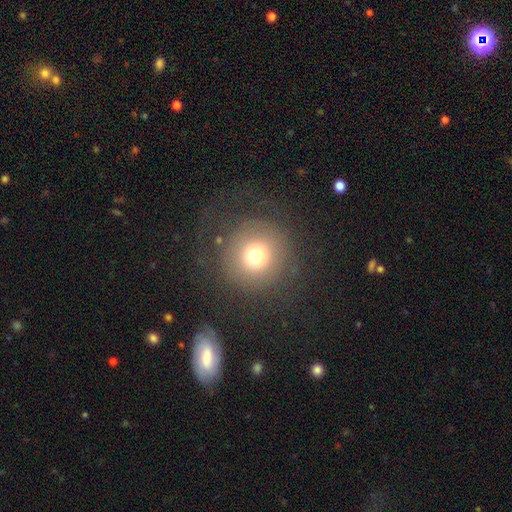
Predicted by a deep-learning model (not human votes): Smooth or featured? Predicted: smooth (p=0.68). How rounded? Predicted: round (p=0.95). Merging? Predicted: none (p=0.73).